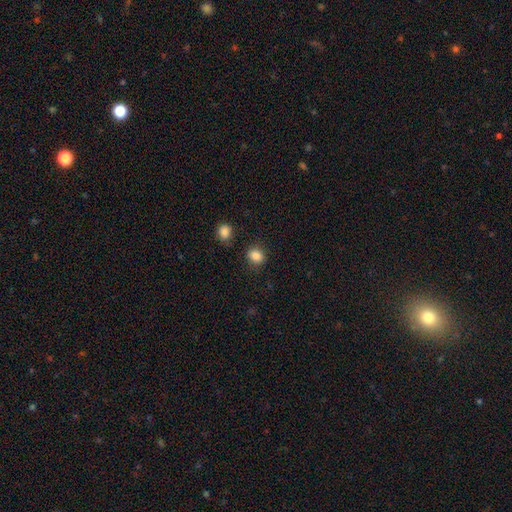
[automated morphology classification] smooth_or_featured: smooth (p=0.86) [alt: star or artifact p=0.10]
how_rounded: round (p=0.57) [alt: in between p=0.42]
merging: none (p=0.82) [alt: minor disturbance p=0.11]